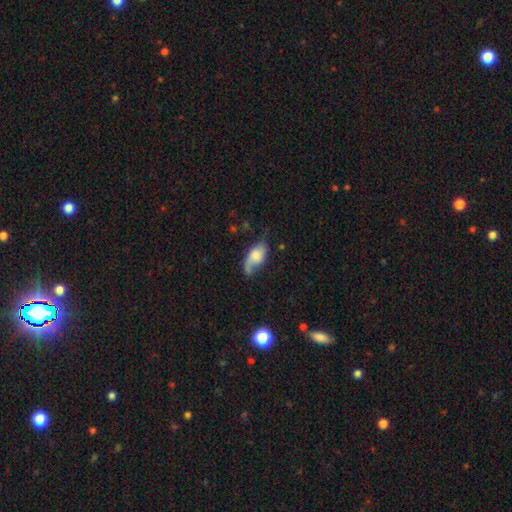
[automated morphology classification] This is possibly a featured or disk galaxy (48%). Merging: possibly none (48%).